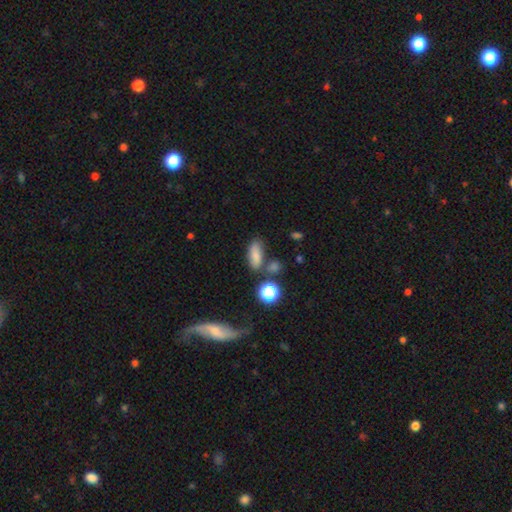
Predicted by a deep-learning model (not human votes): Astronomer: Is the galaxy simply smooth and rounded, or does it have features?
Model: smooth — 76%.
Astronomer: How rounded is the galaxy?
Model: in between — 74%.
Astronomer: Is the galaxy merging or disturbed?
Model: none — 62%.